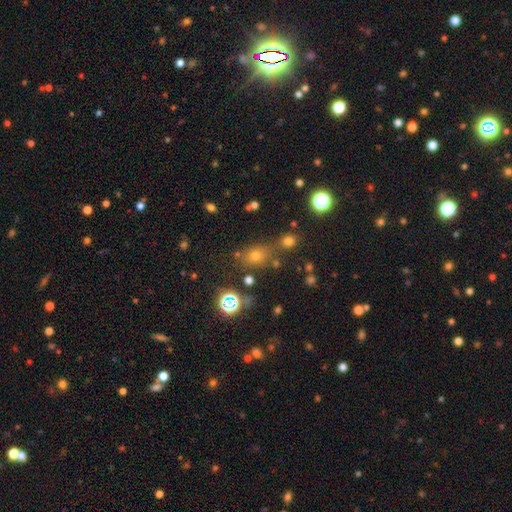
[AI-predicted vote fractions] Overall: smooth (57%; star or artifact 32%). How rounded: round (61%; in between 37%). Merging: none (71%).